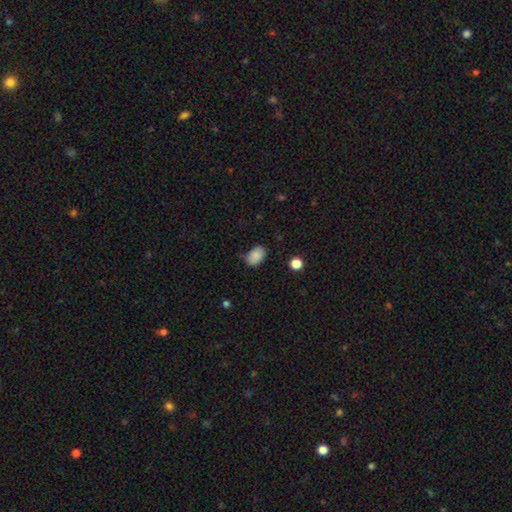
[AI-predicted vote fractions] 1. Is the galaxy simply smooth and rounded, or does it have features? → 87% smooth, 8% star or artifact, 4% featured or disk.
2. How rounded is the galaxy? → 87% in between, 11% round, 1% cigar-shaped.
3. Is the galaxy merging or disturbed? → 72% none, 21% minor disturbance, 4% major disturbance, 3% merger.